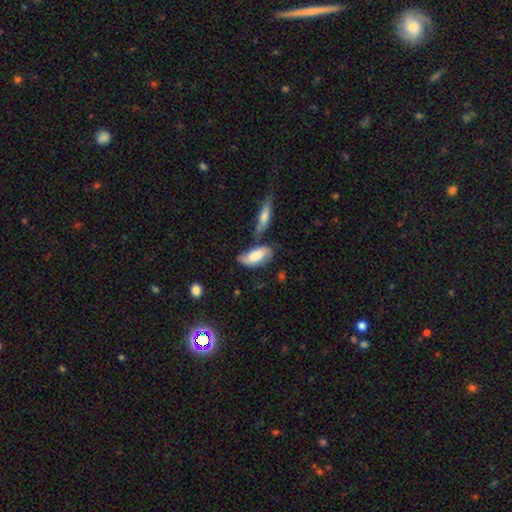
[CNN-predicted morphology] Overall: smooth (60%; featured or disk 34%). How rounded: in between (87%). Merging: none (49%; minor disturbance 25%).